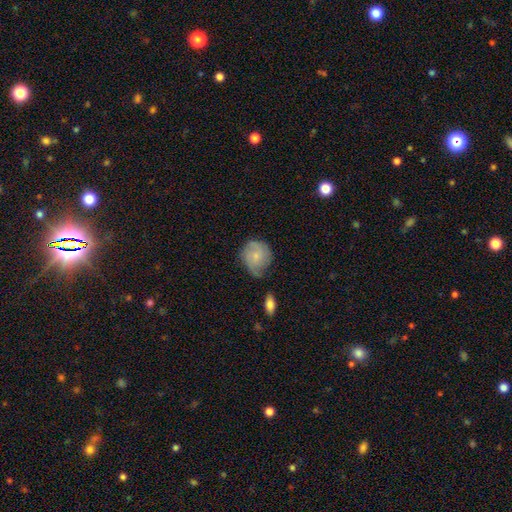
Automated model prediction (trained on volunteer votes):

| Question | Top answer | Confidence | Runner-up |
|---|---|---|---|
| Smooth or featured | smooth | 63% | featured or disk (30%) |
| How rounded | round | 77% | in between (22%) |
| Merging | none | 49% | minor disturbance (35%) |